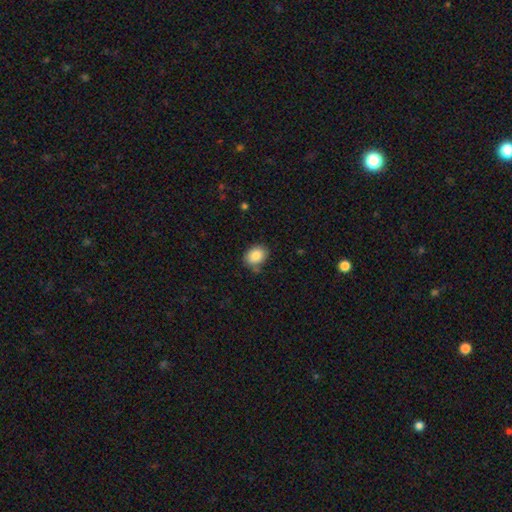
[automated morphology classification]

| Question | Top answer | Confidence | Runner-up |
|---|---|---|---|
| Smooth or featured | smooth | 86% | star or artifact (8%) |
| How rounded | in between | 62% | round (37%) |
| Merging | none | 74% | minor disturbance (18%) |